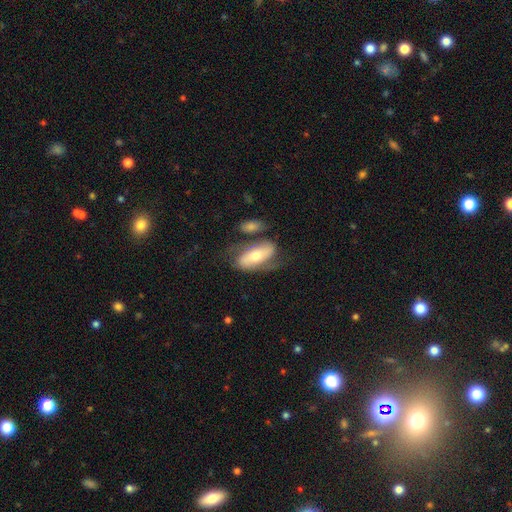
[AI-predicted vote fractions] smooth-or-featured: featured or disk: 59% | smooth: 35% | star or artifact: 6%
  disk-edge-on: no: 88% | yes: 12%
    bar: no: 43% | strong: 31% | weak: 26%
    has-spiral-arms: yes: 80% | no: 20%
    bulge-size: moderate: 59% | small: 29% | large: 8% | dominant: 2% | none: 2%
  merging: none: 51% | minor disturbance: 21% | major disturbance: 16% | merger: 12%